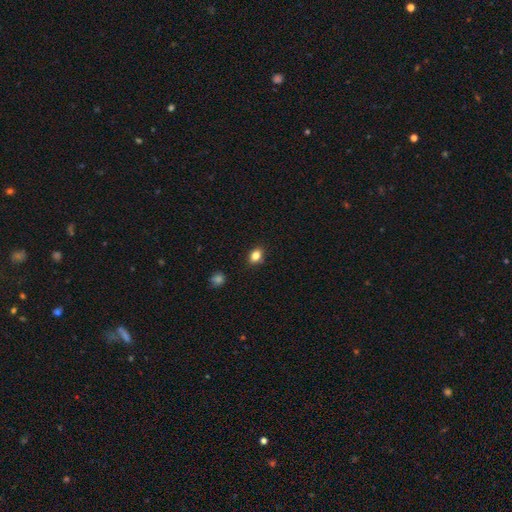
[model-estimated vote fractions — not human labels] This appears to be a smooth galaxy with no disk features (82%) that is in between round and cigar-shaped (64%). Merging: none (86%).